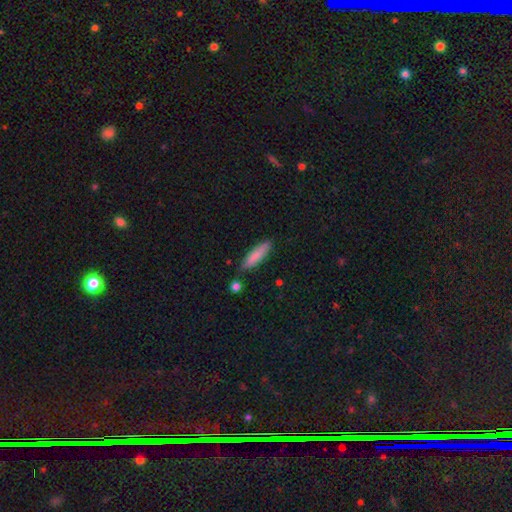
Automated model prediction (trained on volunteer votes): smooth-or-featured: smooth: 82% | featured or disk: 12% | star or artifact: 6%
  how-rounded: cigar-shaped: 69% | in between: 29% | round: 1%
  merging: none: 79% | minor disturbance: 15% | merger: 4% | major disturbance: 3%